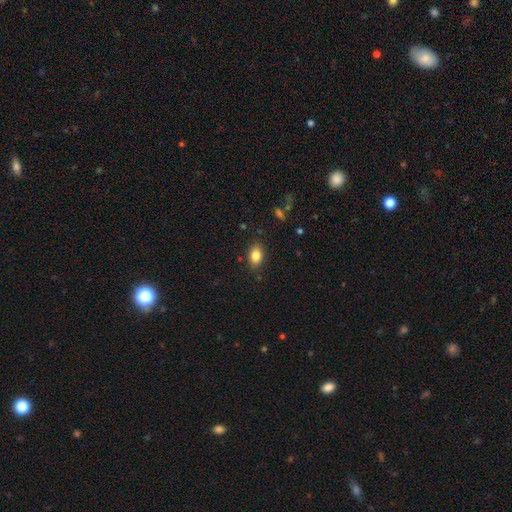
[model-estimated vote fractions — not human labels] Smooth or featured? Predicted: smooth (p=0.82). How rounded? Predicted: in between (p=0.84). Merging? Predicted: none (p=0.85).